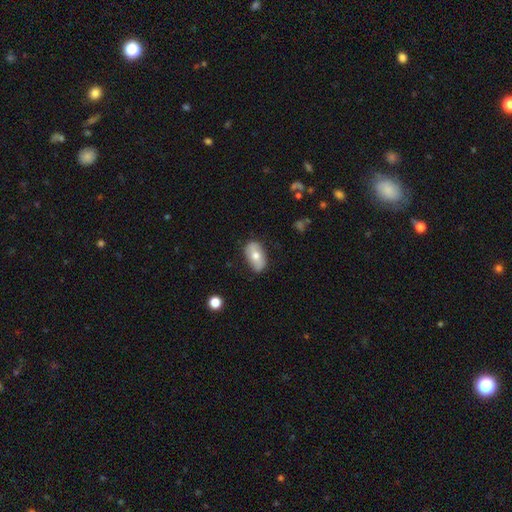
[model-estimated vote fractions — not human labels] smooth_or_featured: smooth (p=0.64) [alt: featured or disk p=0.30]
how_rounded: in between (p=0.92) [alt: round p=0.06]
merging: none (p=0.78) [alt: minor disturbance p=0.17]